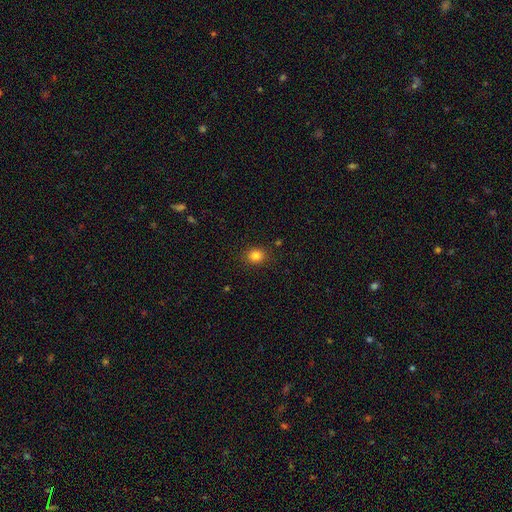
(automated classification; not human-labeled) A smooth galaxy with no disk features (83%) that is round (66%). Merging: none (88%).